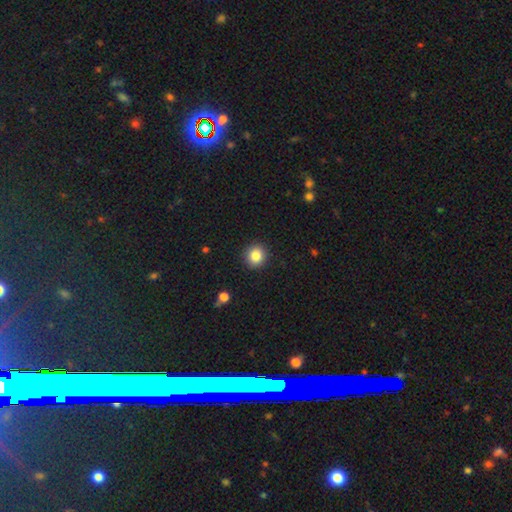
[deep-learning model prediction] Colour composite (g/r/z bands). It shows a smooth galaxy with no disk features (85%) that is round (87%). Merging: none (91%).